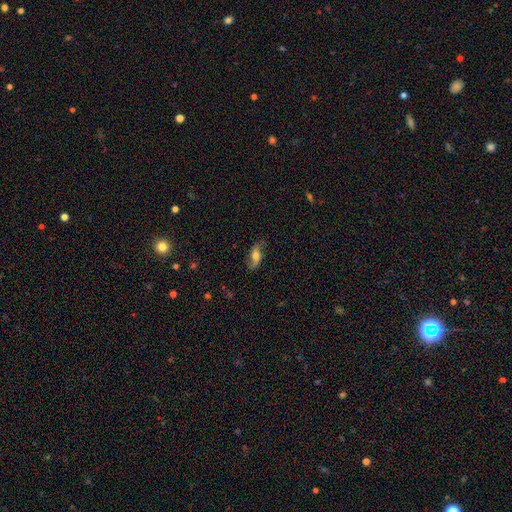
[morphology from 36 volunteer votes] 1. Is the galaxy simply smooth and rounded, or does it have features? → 56% featured or disk, 42% smooth, 3% star or artifact.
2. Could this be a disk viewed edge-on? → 95% no, 5% yes.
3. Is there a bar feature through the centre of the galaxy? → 74% no, 21% weak, 5% strong.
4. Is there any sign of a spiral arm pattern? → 74% yes, 26% no.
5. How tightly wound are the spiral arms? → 71% loose, 21% medium, 7% tight.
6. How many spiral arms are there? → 100% 2, 0% 1, 0% 3, 0% 4, 0% more than 4, 0% can't tell.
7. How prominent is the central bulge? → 42% large, 37% moderate, 11% small, 5% dominant, 5% none.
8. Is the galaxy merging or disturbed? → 80% none, 14% minor disturbance, 6% major disturbance, 0% merger.